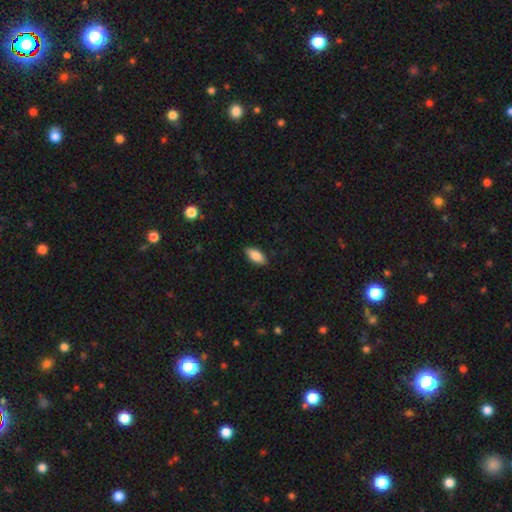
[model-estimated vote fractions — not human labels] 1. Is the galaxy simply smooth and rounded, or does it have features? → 83% smooth, 11% featured or disk, 6% star or artifact.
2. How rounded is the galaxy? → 87% in between, 11% cigar-shaped, 2% round.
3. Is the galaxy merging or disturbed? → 88% none, 9% minor disturbance, 2% major disturbance, 1% merger.